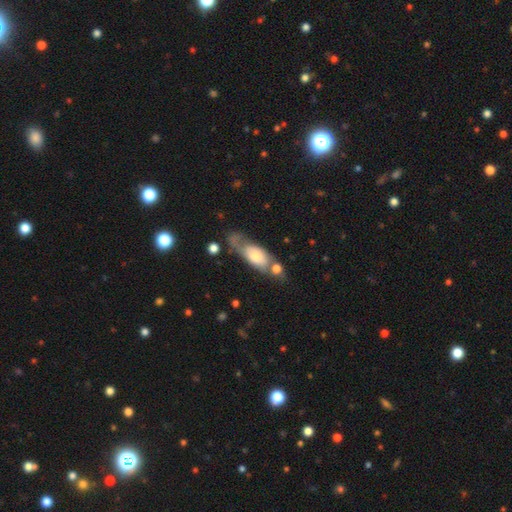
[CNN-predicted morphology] smooth-or-featured: smooth: 51% | featured or disk: 42% | star or artifact: 7%
  how-rounded: in between: 75% | cigar-shaped: 19% | round: 6%
  merging: none: 33% | merger: 25% | minor disturbance: 22% | major disturbance: 20%